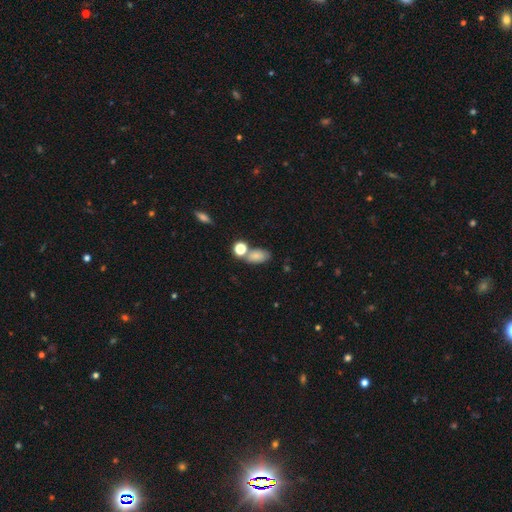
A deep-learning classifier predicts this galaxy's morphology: The model was most divided on "merging": none: 54%, merger: 26%, minor disturbance: 15%, major disturbance: 5%. More confident: how rounded — in between (85%); smooth or featured — smooth (78%).